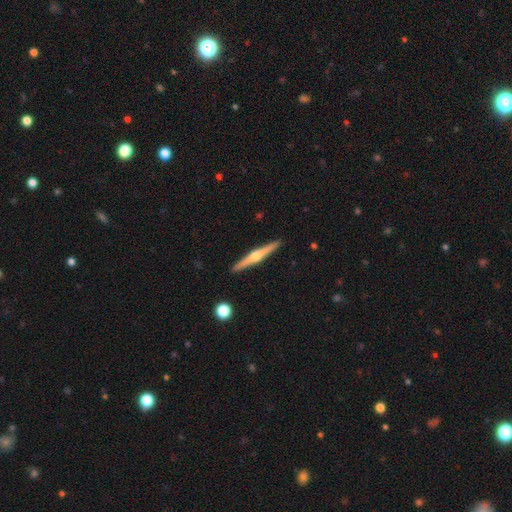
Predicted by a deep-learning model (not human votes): featured or disk 75%, smooth 20%, star or artifact 5%. Down the decision tree: edge-on disk — yes (98%); edge-on bulge — rounded (93%); merging — none (92%).